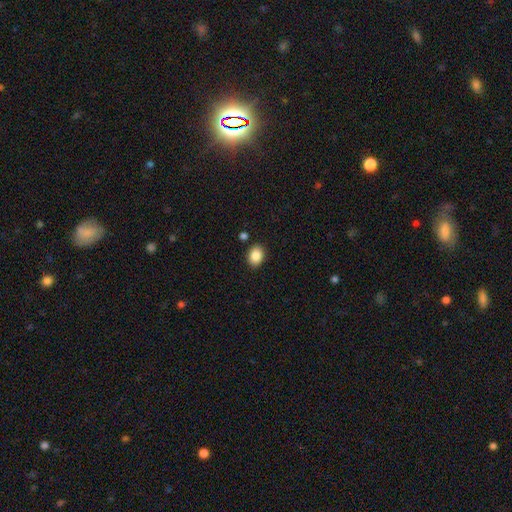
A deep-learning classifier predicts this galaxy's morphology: smooth_or_featured: smooth (p=0.88) [alt: star or artifact p=0.08]
how_rounded: in between (p=0.59) [alt: round p=0.40]
merging: none (p=0.87) [alt: minor disturbance p=0.08]